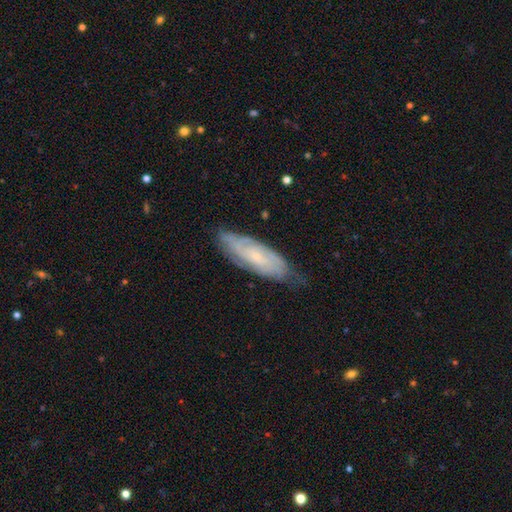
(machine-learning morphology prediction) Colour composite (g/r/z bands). It shows a featured or disk galaxy (69%) with no bar (66%), tight (63%) spiral arms (89%) and a small central bulge (75%). Merging: none (70%).